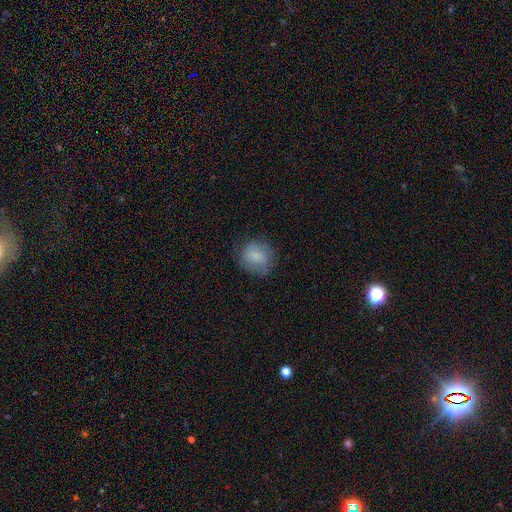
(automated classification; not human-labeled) Smooth or featured? Predicted: smooth (p=0.77). How rounded? Predicted: round (p=0.80). Merging? Predicted: none (p=0.74).